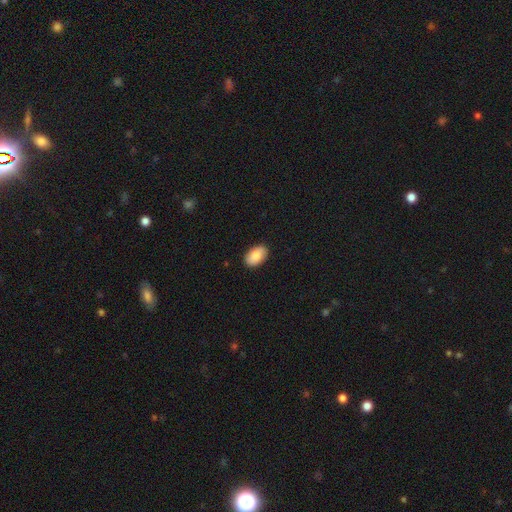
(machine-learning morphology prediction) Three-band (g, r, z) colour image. It shows a smooth galaxy with no disk features (87%) that is in between round and cigar-shaped (92%). Merging: none (88%).